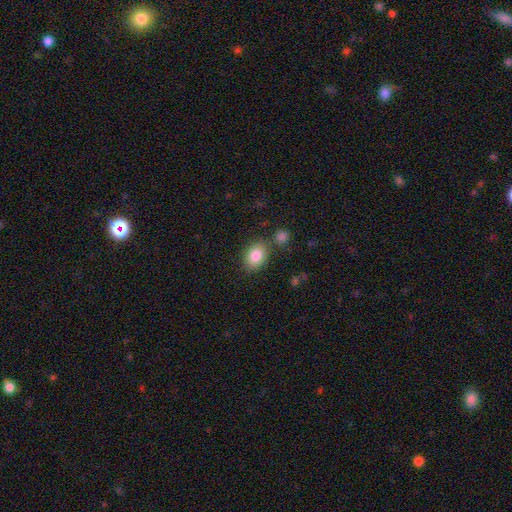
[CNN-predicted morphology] This appears to be a smooth galaxy with no disk features (84%) that is in between round and cigar-shaped (74%). Merging: none (75%).